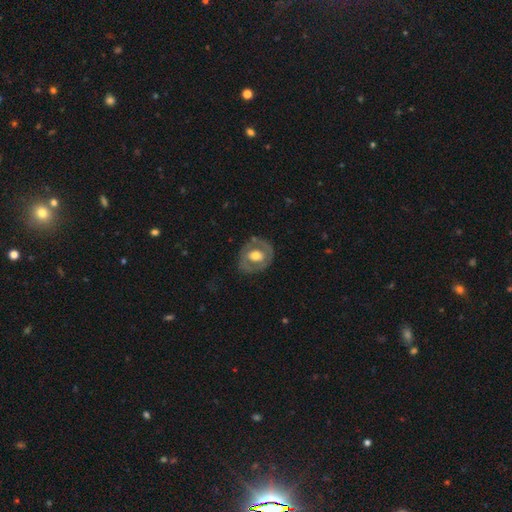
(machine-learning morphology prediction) Smooth or featured? featured or disk (59%)
Edge-on disk? no (95%)
Bar? no (70%)
Spiral arms? no (75%)
Bulge size? moderate (62%)
Merging? none (74%)